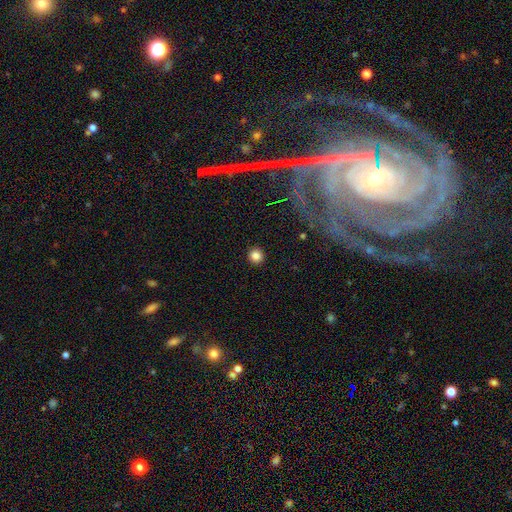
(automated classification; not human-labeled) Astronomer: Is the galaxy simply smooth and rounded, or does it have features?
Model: smooth — 84%.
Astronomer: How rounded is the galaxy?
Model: round — 95%.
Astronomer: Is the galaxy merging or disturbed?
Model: none — 93%.